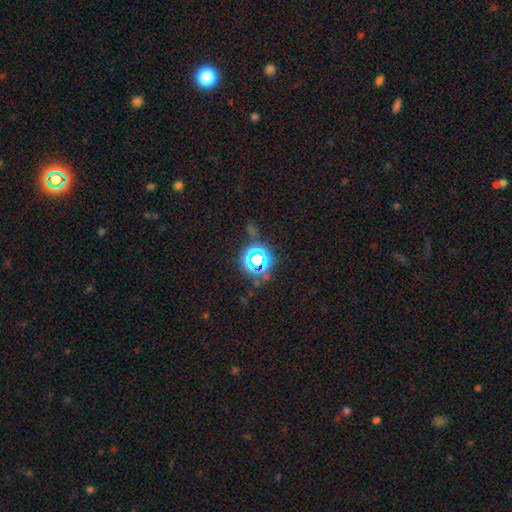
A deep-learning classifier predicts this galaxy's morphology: This appears to be a star or artifact, not a galaxy (64%).